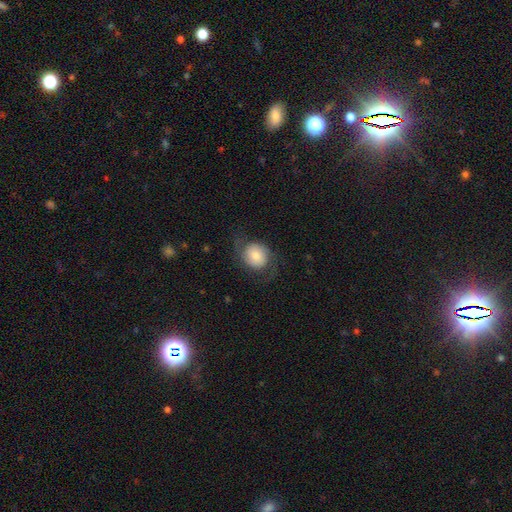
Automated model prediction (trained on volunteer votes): Smooth or featured?
  - smooth: 53% *
  - featured or disk: 38%
  - star or artifact: 8%
How rounded?
  - round: 72% *
  - in between: 27%
  - cigar-shaped: 1%
Merging?
  - none: 66% *
  - minor disturbance: 19%
  - major disturbance: 14%
  - merger: 1%